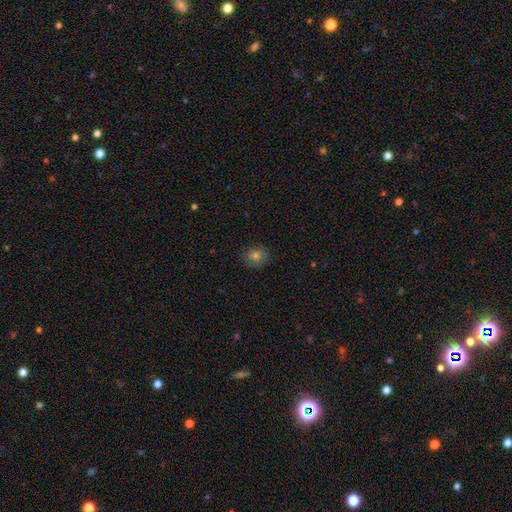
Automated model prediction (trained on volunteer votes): Morphology: type=smooth (78%); roundness=round (79%); merging=none (88%).